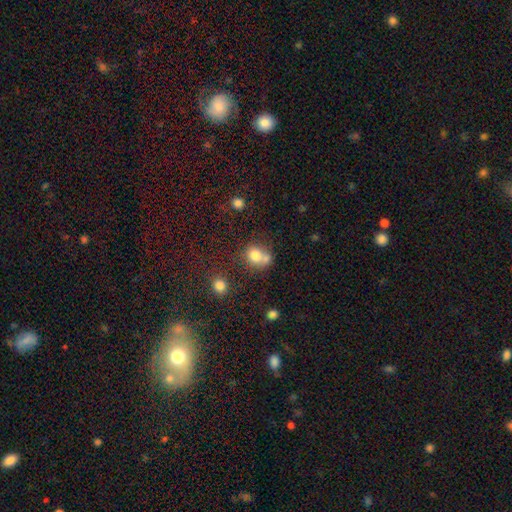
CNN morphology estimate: smooth 76%, featured or disk 12%, star or artifact 12%. Down the decision tree: how rounded — round (65%); merging — merger (45%).